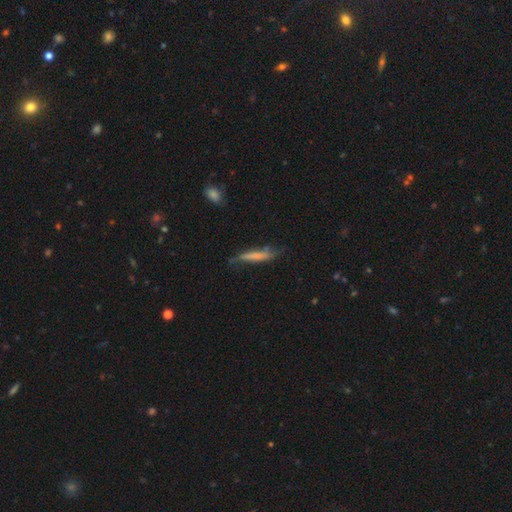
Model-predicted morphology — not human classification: Overall: smooth (63%; featured or disk 29%). How rounded: cigar-shaped (88%). Merging: none (55%; minor disturbance 30%).